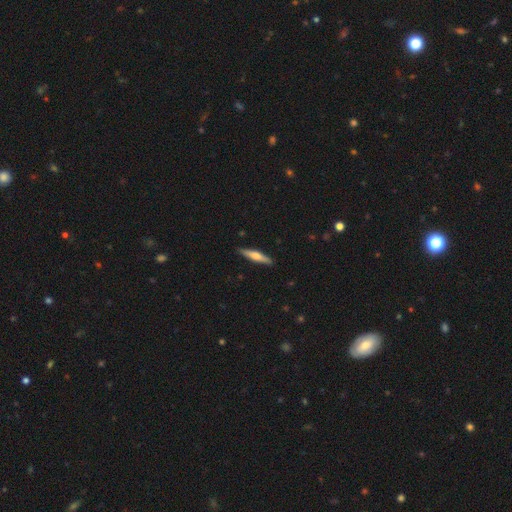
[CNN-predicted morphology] Q: Smooth or featured?
A: smooth (50%); runner-up: featured or disk (45%)
Q: How rounded?
A: cigar-shaped (88%); runner-up: in between (11%)
Q: Merging?
A: none (91%); runner-up: minor disturbance (7%)